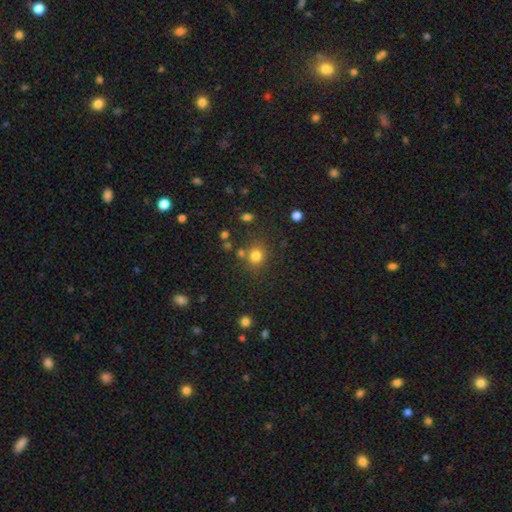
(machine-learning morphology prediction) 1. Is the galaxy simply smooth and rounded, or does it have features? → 78% smooth, 15% star or artifact, 6% featured or disk.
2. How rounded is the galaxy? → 82% round, 17% in between, 1% cigar-shaped.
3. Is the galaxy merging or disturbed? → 75% none, 11% minor disturbance, 10% merger, 4% major disturbance.